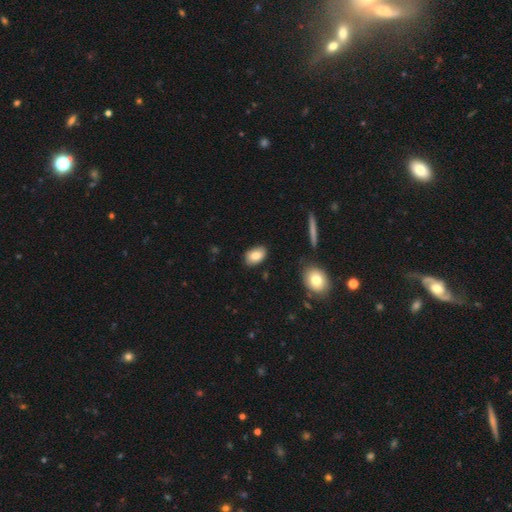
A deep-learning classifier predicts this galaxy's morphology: This appears to be a smooth galaxy with no disk features (82%) that is in between round and cigar-shaped (88%). Merging: none (85%).